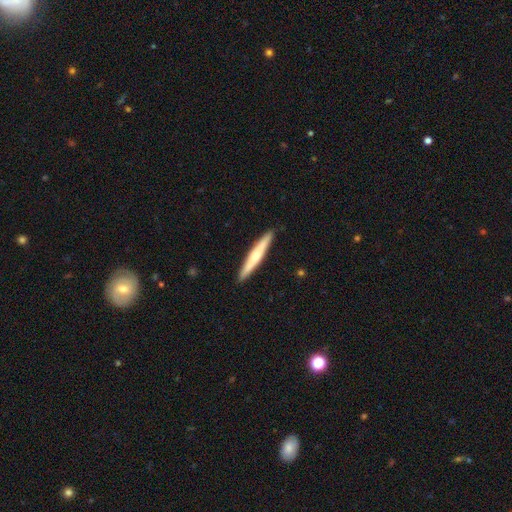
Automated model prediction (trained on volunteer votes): Smooth or featured? Predicted: featured or disk (p=0.49). Merging? Predicted: none (p=0.91).